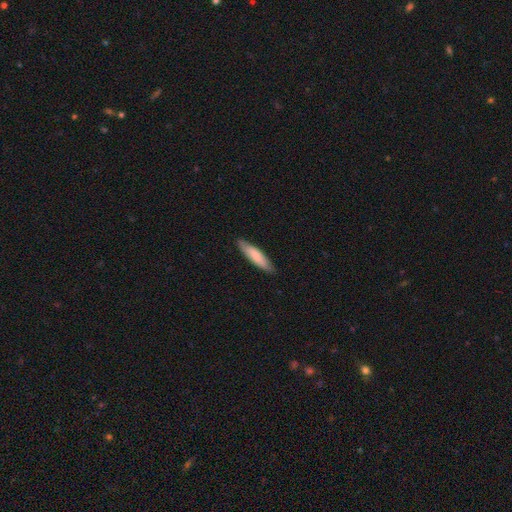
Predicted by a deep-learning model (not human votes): Morphology: type=smooth (78%); roundness=cigar-shaped (79%); merging=none (88%).